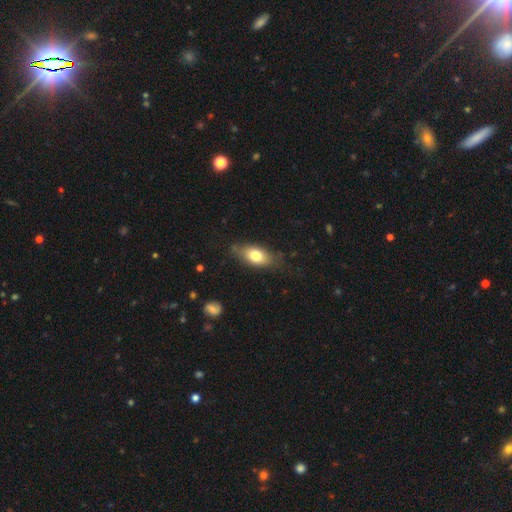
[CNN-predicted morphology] Q: Smooth or featured?
A: smooth (73%); runner-up: featured or disk (19%)
Q: How rounded?
A: in between (85%); runner-up: cigar-shaped (9%)
Q: Merging?
A: none (70%); runner-up: minor disturbance (23%)